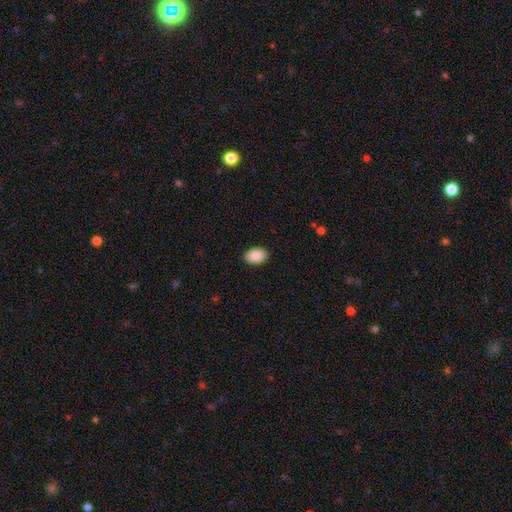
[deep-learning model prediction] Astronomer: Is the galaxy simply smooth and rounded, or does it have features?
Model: smooth — 90%.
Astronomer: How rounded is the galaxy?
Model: in between — 87%.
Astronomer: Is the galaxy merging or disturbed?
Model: none — 91%.